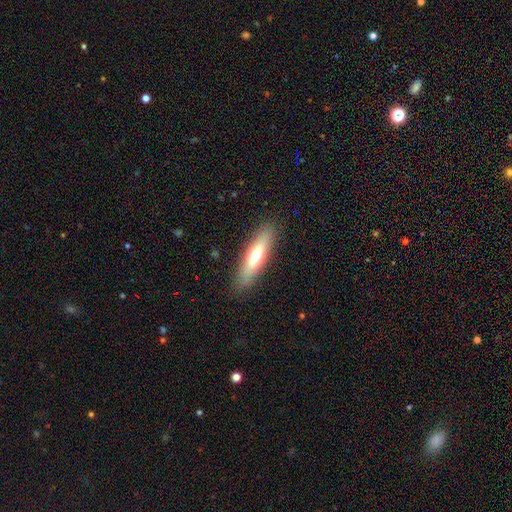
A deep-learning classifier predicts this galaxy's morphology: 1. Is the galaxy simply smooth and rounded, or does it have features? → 59% smooth, 34% featured or disk, 6% star or artifact.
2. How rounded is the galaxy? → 64% cigar-shaped, 34% in between, 2% round.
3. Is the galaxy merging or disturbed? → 87% none, 9% minor disturbance, 3% major disturbance, 1% merger.